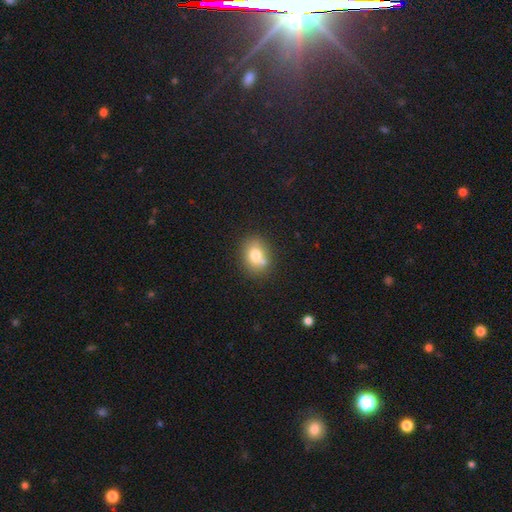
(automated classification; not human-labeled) Smooth or featured?
  - smooth: 75% *
  - featured or disk: 15%
  - star or artifact: 10%
How rounded?
  - in between: 55% *
  - round: 43%
  - cigar-shaped: 1%
Merging?
  - none: 63% *
  - merger: 18%
  - minor disturbance: 15%
  - major disturbance: 4%